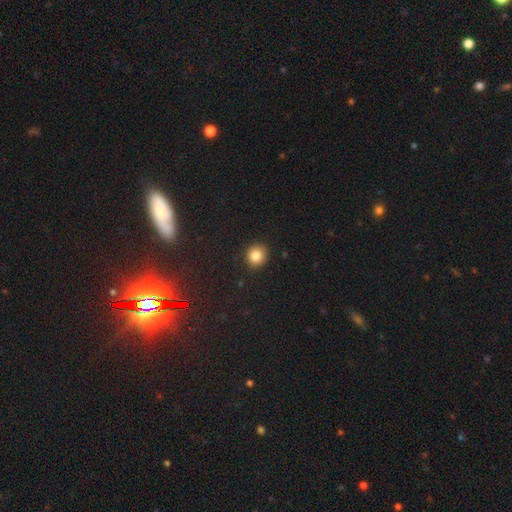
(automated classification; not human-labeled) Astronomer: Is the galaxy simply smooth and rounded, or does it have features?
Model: smooth — 85%.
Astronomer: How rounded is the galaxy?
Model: round — 89%.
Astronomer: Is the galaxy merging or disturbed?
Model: none — 91%.